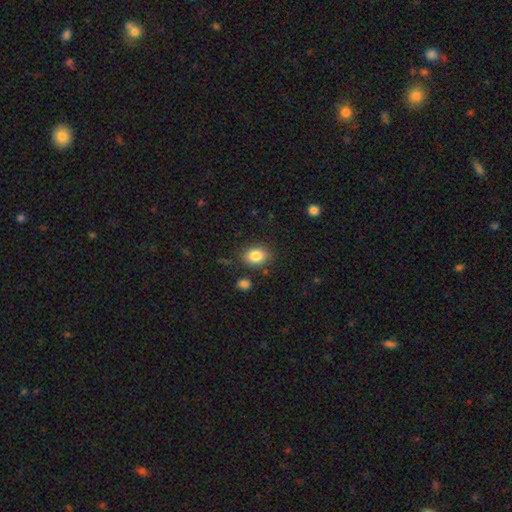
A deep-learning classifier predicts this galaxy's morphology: Q: Smooth or featured?
A: smooth (84%); runner-up: star or artifact (9%)
Q: How rounded?
A: in between (56%); runner-up: round (43%)
Q: Merging?
A: none (82%); runner-up: minor disturbance (11%)